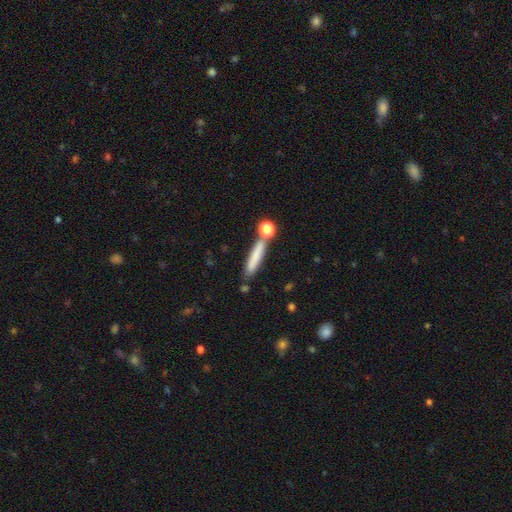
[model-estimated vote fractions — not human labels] This is likely a smooth galaxy (76%). How rounded: clearly cigar-shaped (86%). Merging: likely none (71%).